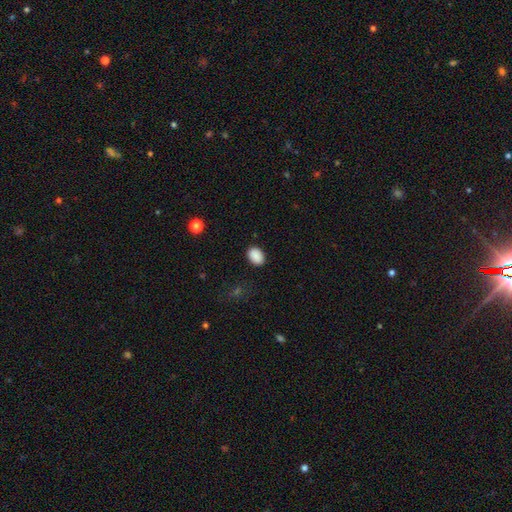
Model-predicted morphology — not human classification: This is clearly a smooth galaxy (89%). How rounded: likely in between (78%). Merging: clearly none (88%).